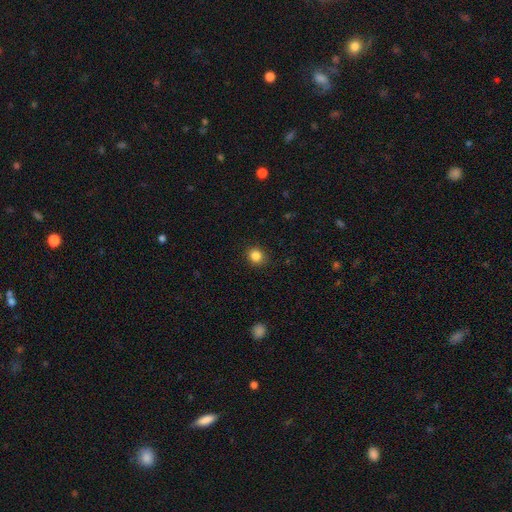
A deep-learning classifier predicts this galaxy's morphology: type=smooth (85%); roundness=round (80%); merging=none (89%).